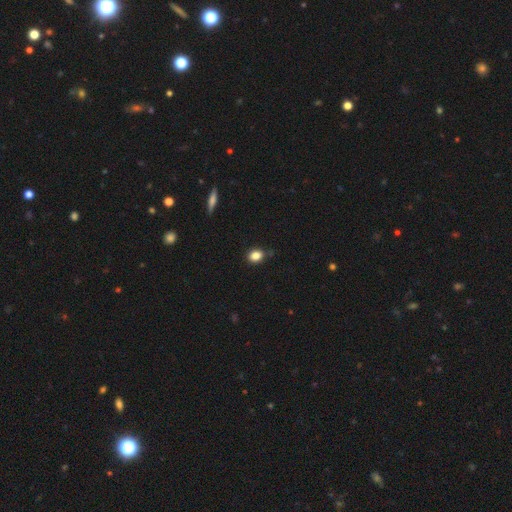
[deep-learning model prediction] This appears to be a smooth galaxy with no disk features (84%) that is in between round and cigar-shaped (53%). Merging: none (77%).